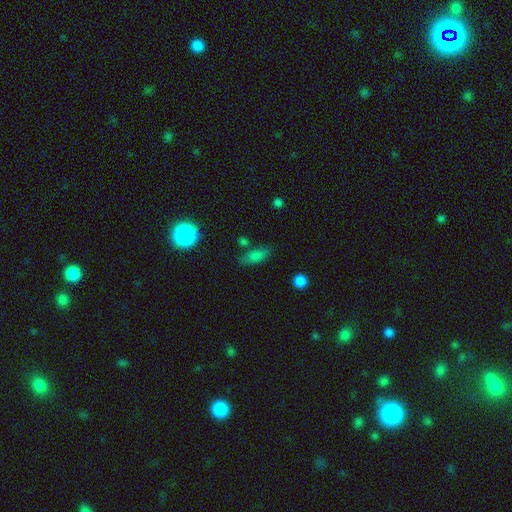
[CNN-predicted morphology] Smooth or featured? smooth (78%)
How rounded? in between (74%)
Merging? none (69%)